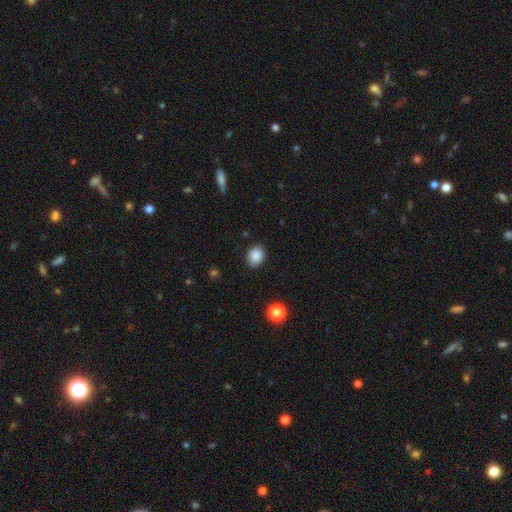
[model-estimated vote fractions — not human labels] Smooth or featured? smooth (87%)
How rounded? round (57%)
Merging? none (87%)